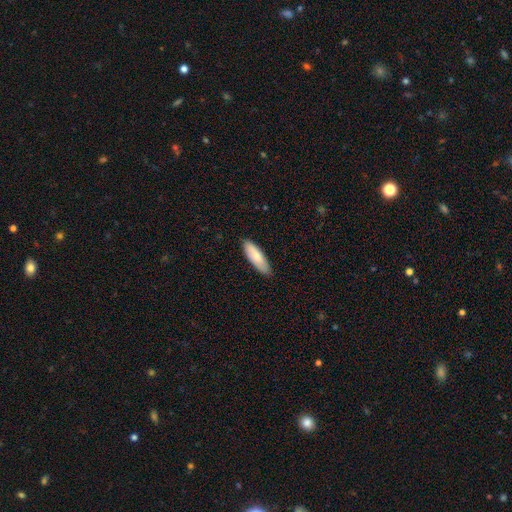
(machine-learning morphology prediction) Overall: smooth (79%). How rounded: in between (52%; cigar-shaped 47%). Merging: none (86%).